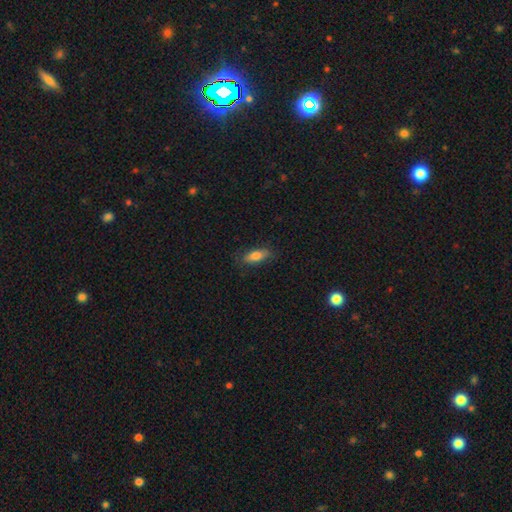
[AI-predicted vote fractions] smooth_or_featured: smooth (p=0.78) [alt: featured or disk p=0.15]
how_rounded: in between (p=0.72) [alt: cigar-shaped p=0.25]
merging: none (p=0.80) [alt: minor disturbance p=0.16]